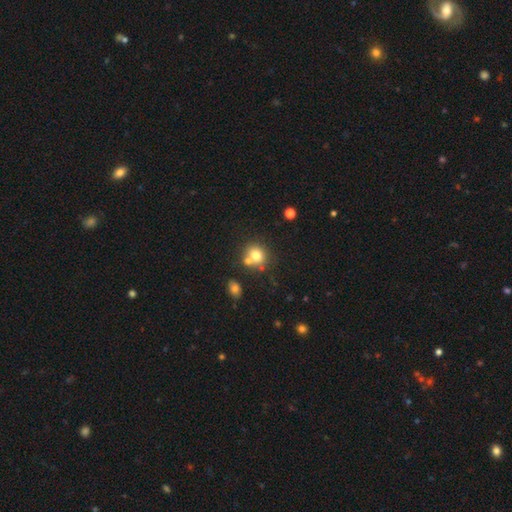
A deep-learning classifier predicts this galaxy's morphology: This is likely a smooth galaxy (75%). How rounded: likely round (78%). Merging: possibly none (54%).